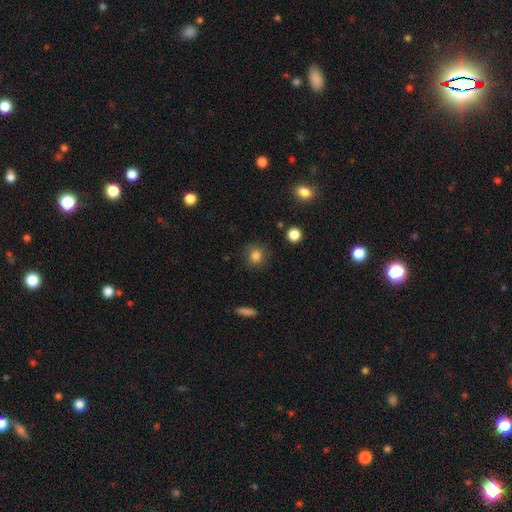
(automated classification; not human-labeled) A smooth galaxy with no disk features (82%) that is round (85%). Merging: none (83%).